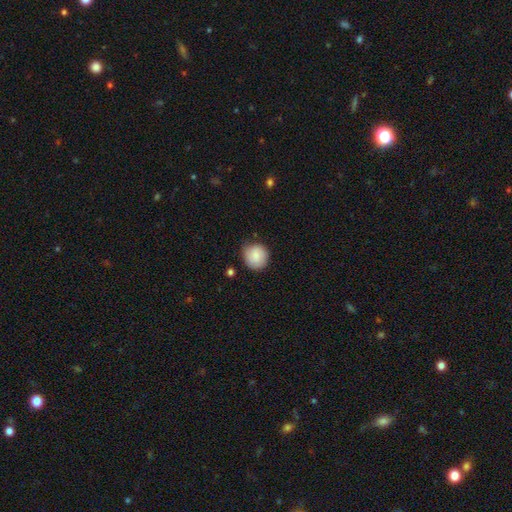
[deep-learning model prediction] smooth 82%, featured or disk 11%, star or artifact 7%. Down the decision tree: how rounded — round (88%); merging — none (72%).